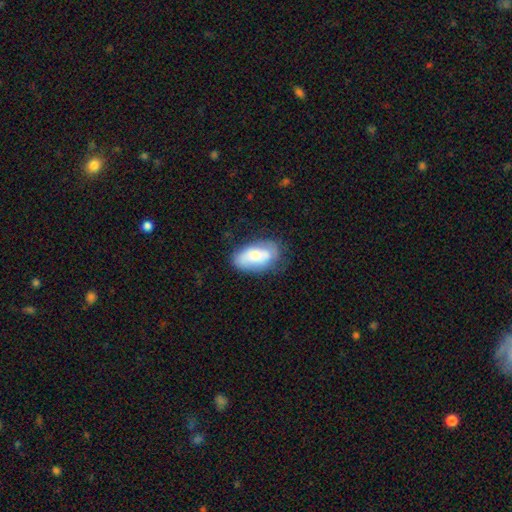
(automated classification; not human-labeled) This is likely a smooth galaxy (62%). How rounded: clearly in between (92%). Merging: likely none (63%).